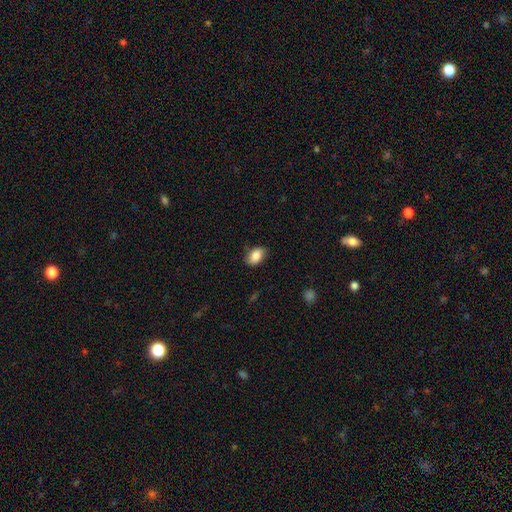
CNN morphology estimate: smooth_or_featured: smooth (p=0.85) [alt: featured or disk p=0.08]
how_rounded: in between (p=0.85) [alt: round p=0.13]
merging: none (p=0.78) [alt: minor disturbance p=0.17]